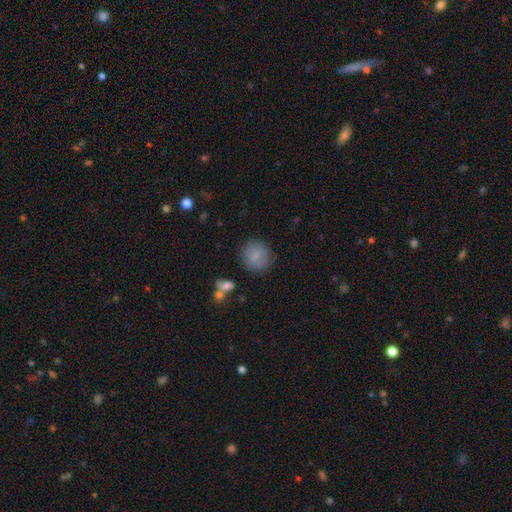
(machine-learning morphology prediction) Smooth or featured? smooth (80%)
How rounded? round (88%)
Merging? none (79%)